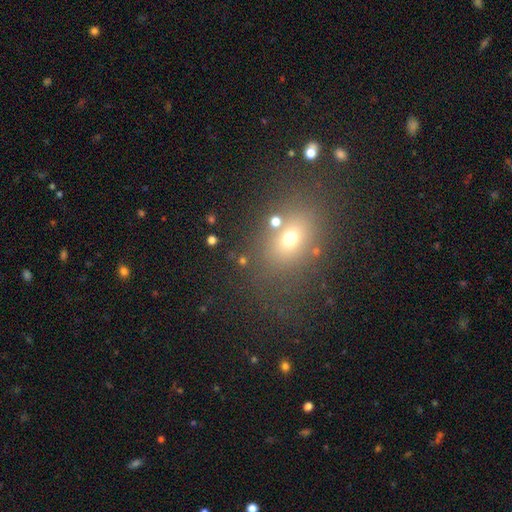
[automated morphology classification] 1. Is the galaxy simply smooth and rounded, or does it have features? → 52% smooth, 34% star or artifact, 14% featured or disk.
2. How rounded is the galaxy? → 59% in between, 38% round, 3% cigar-shaped.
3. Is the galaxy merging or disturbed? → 72% none, 12% minor disturbance, 11% merger, 5% major disturbance.